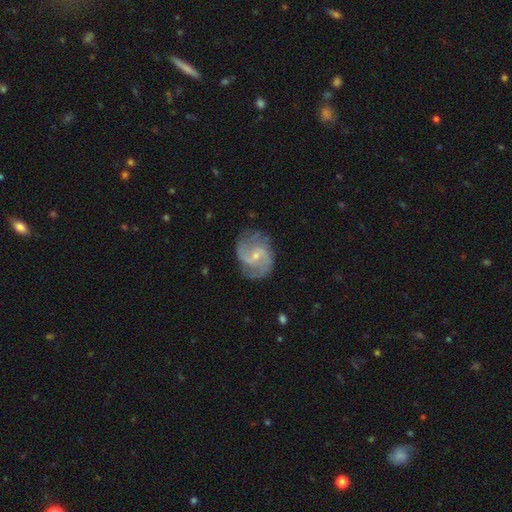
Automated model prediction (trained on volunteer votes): The model was most divided on "bar": weak: 51%, no: 37%, strong: 12%. More confident: edge-on disk — no (98%); spiral arms — yes (96%); smooth or featured — featured or disk (85%); spiral arm count — 2 (74%); merging — none (72%); bulge size — small (69%); spiral winding — medium (52%).